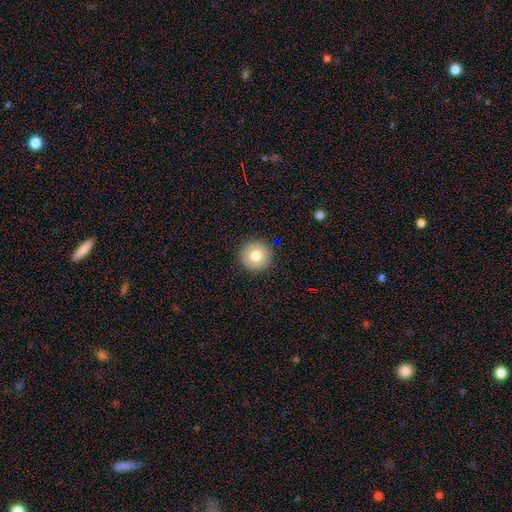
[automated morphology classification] A smooth galaxy with no disk features (76%) that is round (96%).

Vote fractions:
- Smooth or featured? smooth: 76% / featured or disk: 14% / star or artifact: 10%
- How rounded? round: 96% / in between: 3% / cigar-shaped: 1%
- Merging? none: 92% / minor disturbance: 5% / major disturbance: 2% / merger: 1%